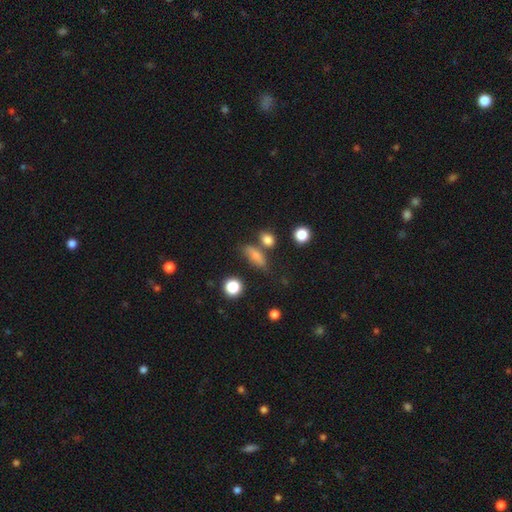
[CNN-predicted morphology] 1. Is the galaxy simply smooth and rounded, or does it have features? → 76% smooth, 12% featured or disk, 11% star or artifact.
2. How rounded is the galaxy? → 61% in between, 28% cigar-shaped, 12% round.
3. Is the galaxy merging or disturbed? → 60% none, 18% minor disturbance, 15% merger, 7% major disturbance.